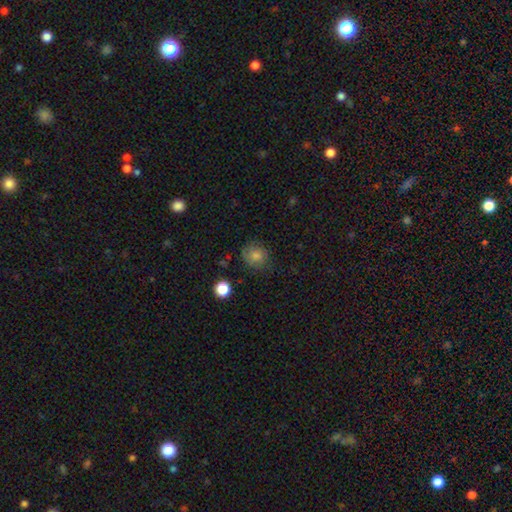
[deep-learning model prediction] smooth-or-featured: smooth: 78% | star or artifact: 13% | featured or disk: 9%
  how-rounded: round: 84% | in between: 15% | cigar-shaped: 1%
  merging: none: 80% | minor disturbance: 15% | major disturbance: 4% | merger: 1%